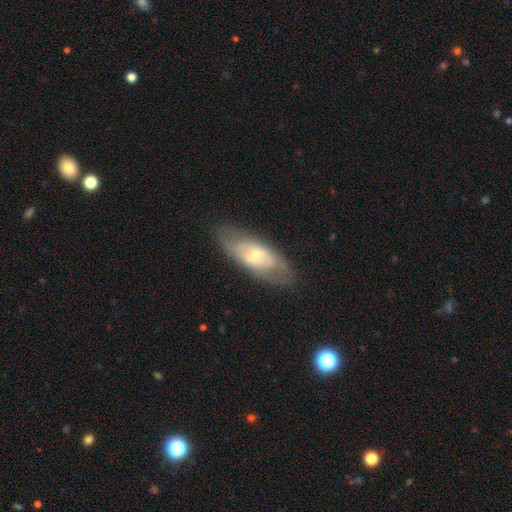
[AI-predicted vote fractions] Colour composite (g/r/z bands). It shows a featured or disk galaxy (52%). Merging: none (77%).